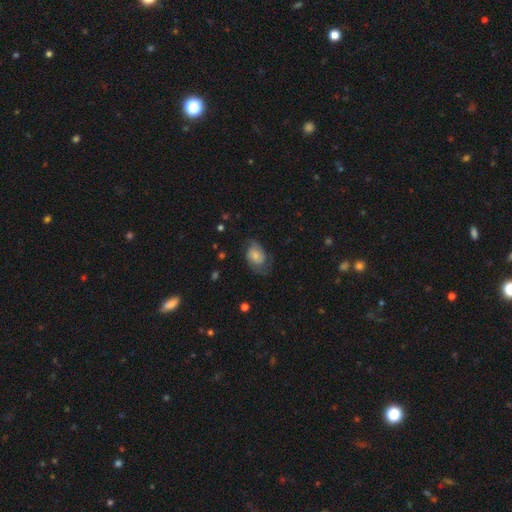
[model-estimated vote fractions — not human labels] The model was most divided on "bulge size": small: 43%, moderate: 36%, large: 10%, none: 9%, dominant: 2%. More confident: edge-on disk — no (96%); spiral arms — yes (88%); bar — no (70%); merging — none (60%); smooth or featured — featured or disk (57%).